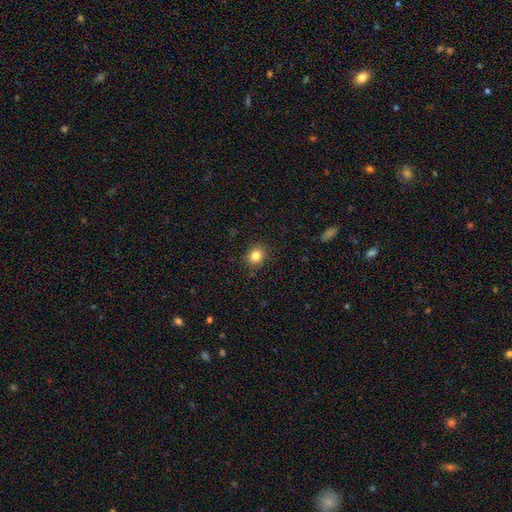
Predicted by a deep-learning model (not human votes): Q: Smooth or featured?
A: smooth (83%); runner-up: star or artifact (11%)
Q: How rounded?
A: round (64%); runner-up: in between (35%)
Q: Merging?
A: none (88%); runner-up: minor disturbance (8%)